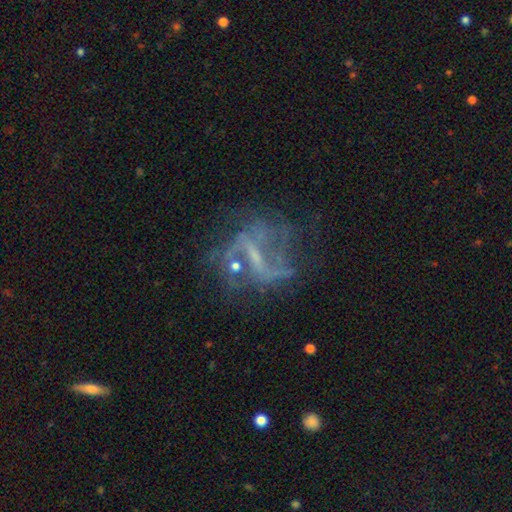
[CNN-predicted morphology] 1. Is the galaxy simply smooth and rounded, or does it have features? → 73% featured or disk, 16% star or artifact, 12% smooth.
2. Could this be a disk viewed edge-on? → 96% no, 4% yes.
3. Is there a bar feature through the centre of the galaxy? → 41% weak, 32% strong, 27% no.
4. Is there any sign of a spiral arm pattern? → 60% yes, 40% no.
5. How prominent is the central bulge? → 44% small, 39% none, 15% moderate, 2% large, 1% dominant.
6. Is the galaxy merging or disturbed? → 47% none, 29% major disturbance, 17% minor disturbance, 7% merger.